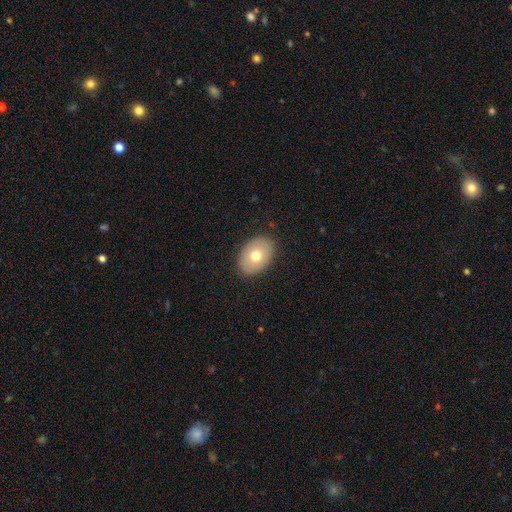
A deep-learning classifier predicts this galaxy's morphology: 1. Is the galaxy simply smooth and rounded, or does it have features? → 69% smooth, 24% featured or disk, 7% star or artifact.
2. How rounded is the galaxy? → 81% in between, 18% round, 1% cigar-shaped.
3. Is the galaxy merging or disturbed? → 87% none, 10% minor disturbance, 2% major disturbance, 1% merger.